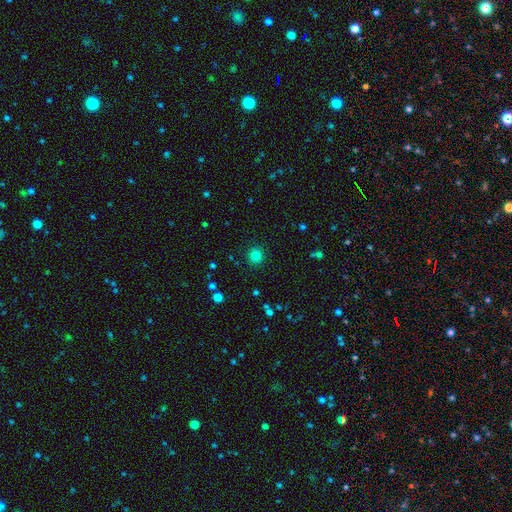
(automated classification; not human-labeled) smooth-or-featured: smooth: 81% | star or artifact: 14% | featured or disk: 5%
  how-rounded: round: 94% | in between: 5% | cigar-shaped: 1%
  merging: none: 91% | minor disturbance: 6% | major disturbance: 2% | merger: 1%